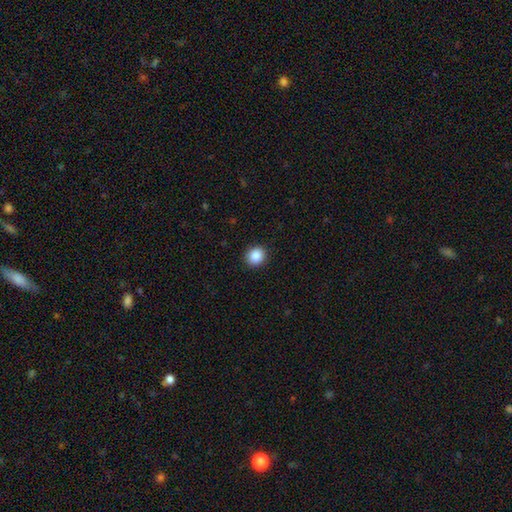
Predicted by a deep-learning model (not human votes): The model was most divided on "how rounded": round: 84%, in between: 15%, cigar-shaped: 1%. More confident: merging — none (92%); smooth or featured — smooth (88%).